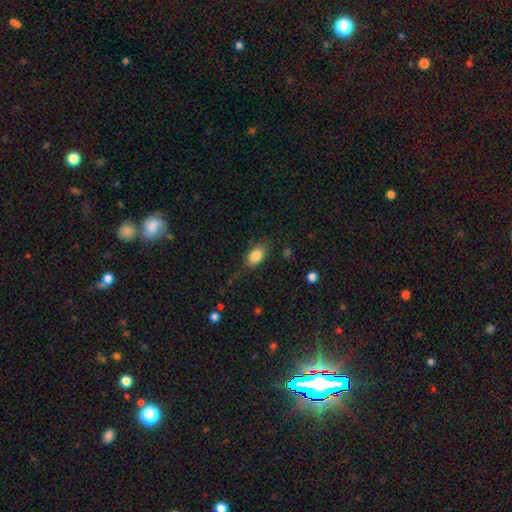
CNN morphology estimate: This appears to be a smooth galaxy with no disk features (84%) that is in between round and cigar-shaped (88%). Merging: none (74%).